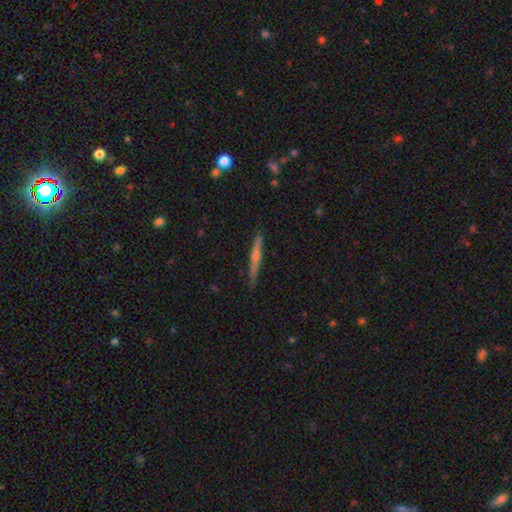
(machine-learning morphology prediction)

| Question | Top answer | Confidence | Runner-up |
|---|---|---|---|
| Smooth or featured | featured or disk | 64% | smooth (26%) |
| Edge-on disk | yes | 96% | no (4%) |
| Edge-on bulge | rounded | 69% | none (24%) |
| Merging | none | 89% | minor disturbance (8%) |